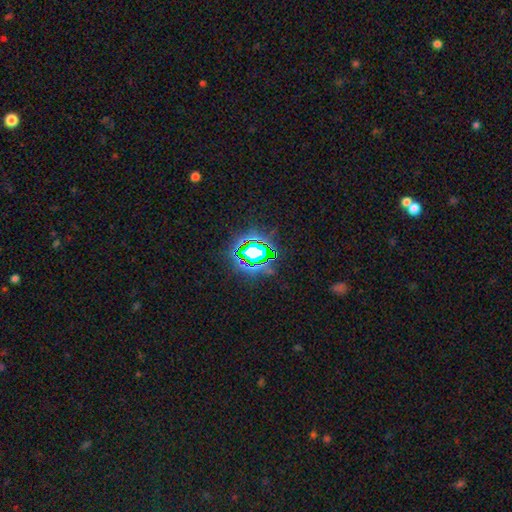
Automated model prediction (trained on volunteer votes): This appears to be a star or artifact, not a galaxy (73%).